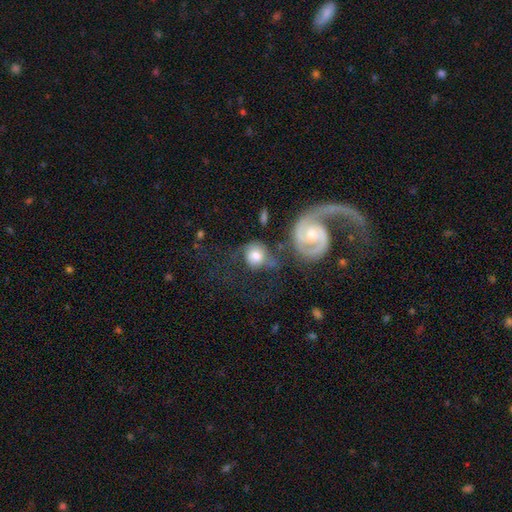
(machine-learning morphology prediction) Smooth or featured: smooth — 56% (featured or disk — 36%)
How rounded: round — 76% (in between — 23%)
Merging: none — 37% (merger — 23%)